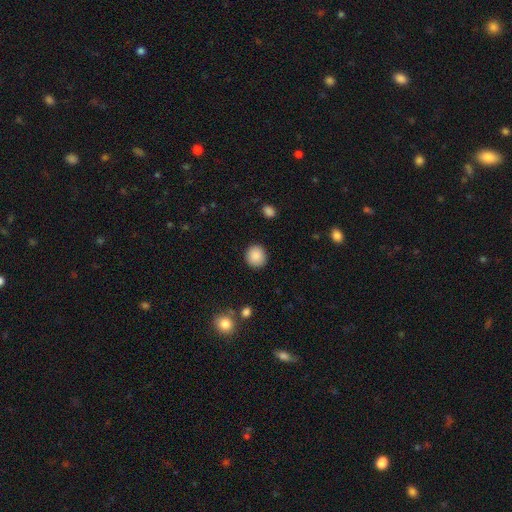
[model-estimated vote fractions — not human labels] Smooth or featured? smooth (88%)
How rounded? round (91%)
Merging? none (91%)